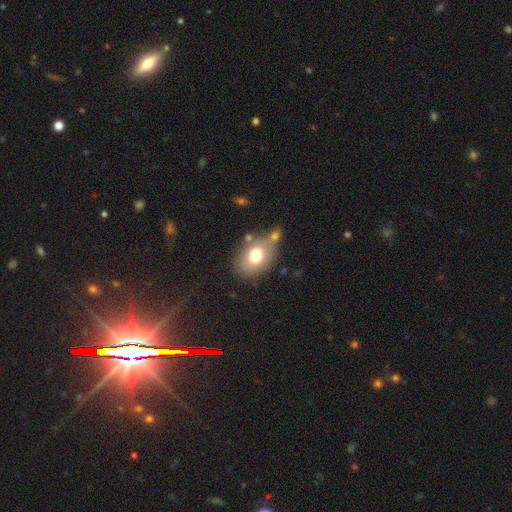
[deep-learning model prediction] Q: Smooth or featured?
A: smooth (73%); runner-up: featured or disk (19%)
Q: How rounded?
A: in between (77%); runner-up: round (22%)
Q: Merging?
A: none (55%); runner-up: merger (19%)